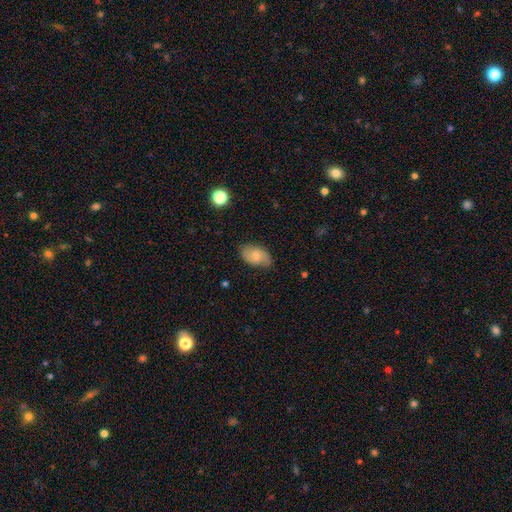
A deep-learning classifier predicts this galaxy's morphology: This appears to be a smooth galaxy with no disk features (61%) that is in between round and cigar-shaped (91%). Merging: none (77%).